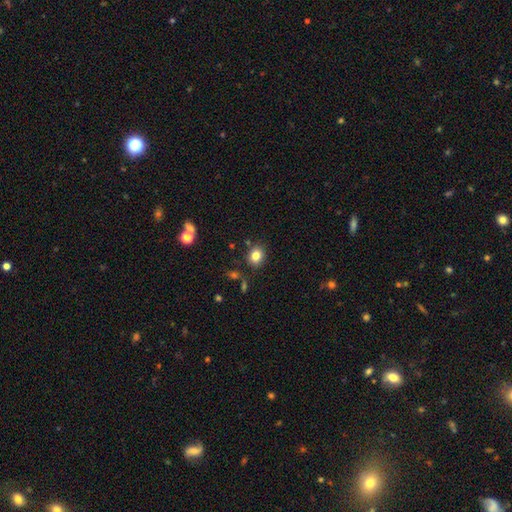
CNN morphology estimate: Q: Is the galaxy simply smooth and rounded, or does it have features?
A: smooth — 81%.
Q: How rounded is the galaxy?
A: round — 66%.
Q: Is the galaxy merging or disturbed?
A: none — 84%.